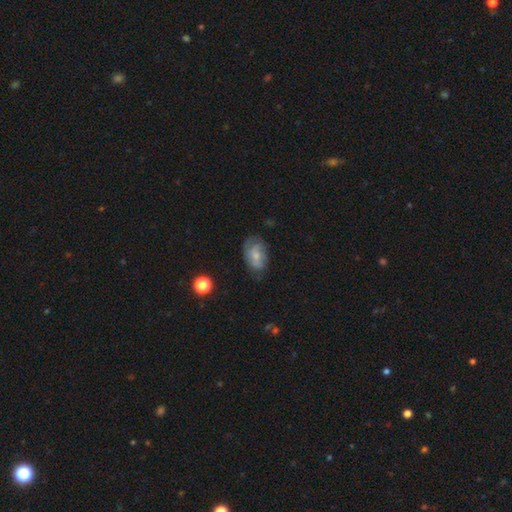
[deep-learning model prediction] Smooth or featured? Predicted: smooth (p=0.58). How rounded? Predicted: in between (p=0.86). Merging? Predicted: none (p=0.56).